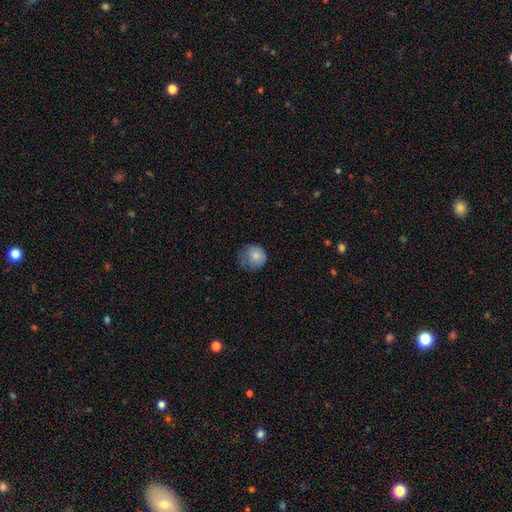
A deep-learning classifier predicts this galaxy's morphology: Smooth or featured? Predicted: smooth (p=0.80). How rounded? Predicted: round (p=0.87). Merging? Predicted: none (p=0.52).